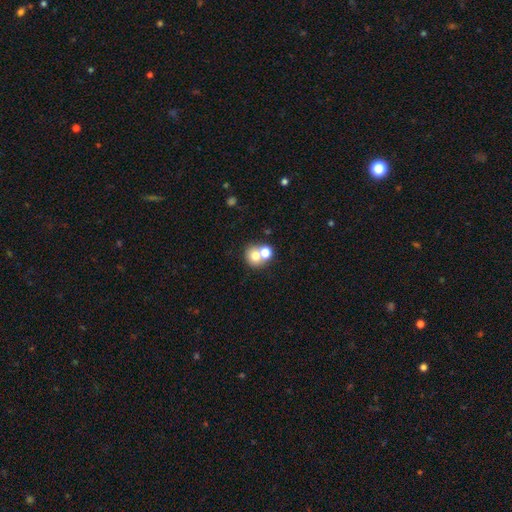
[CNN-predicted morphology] smooth 72%, featured or disk 16%, star or artifact 12%. Down the decision tree: how rounded — round (77%); merging — merger (50%).